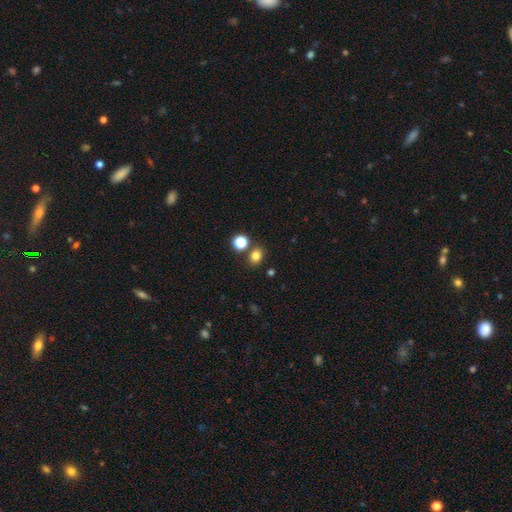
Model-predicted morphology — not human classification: smooth-or-featured: smooth: 79% | star or artifact: 16% | featured or disk: 6%
  how-rounded: round: 59% | in between: 40% | cigar-shaped: 1%
  merging: none: 78% | merger: 11% | minor disturbance: 8% | major disturbance: 3%